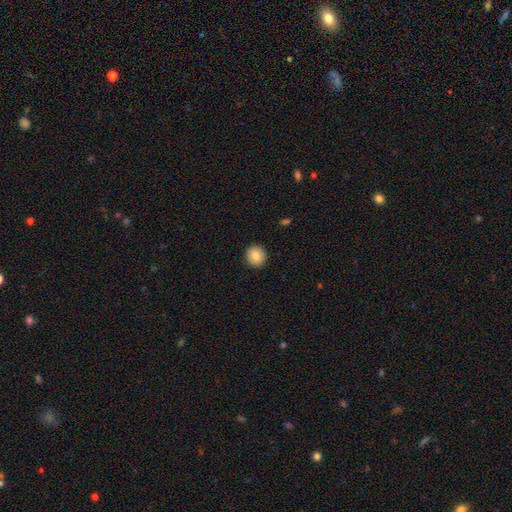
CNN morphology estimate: A smooth galaxy with no disk features (84%) that is round (91%). Merging: none (92%).